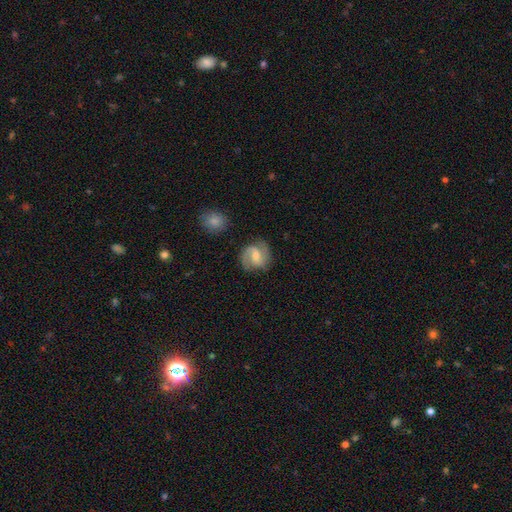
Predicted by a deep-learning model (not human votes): smooth_or_featured: featured or disk (p=0.73) [alt: smooth p=0.20]
disk_edge_on: no (p=0.98) [alt: yes p=0.02]
bar: weak (p=0.55) [alt: no p=0.29]
has_spiral_arms: yes (p=0.95) [alt: no p=0.05]
spiral_winding: medium (p=0.53) [alt: loose p=0.25]
spiral_arm_count: 2 (p=0.86) [alt: can't tell p=0.05]
bulge_size: moderate (p=0.49) [alt: small p=0.41]
merging: none (p=0.78) [alt: minor disturbance p=0.15]